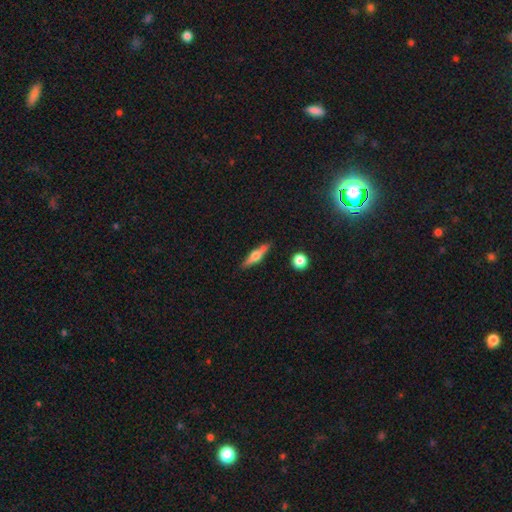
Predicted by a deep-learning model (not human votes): featured or disk 51%, smooth 42%, star or artifact 7%. Down the decision tree: edge-on disk — yes (93%); merging — none (75%).